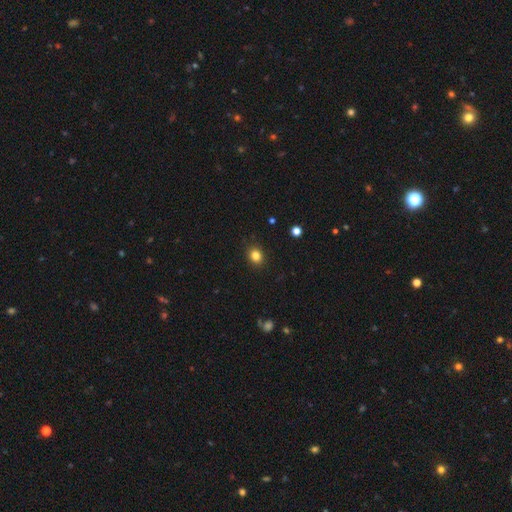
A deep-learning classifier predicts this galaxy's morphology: This is clearly a smooth galaxy (83%). How rounded: likely round (70%). Merging: clearly none (90%).